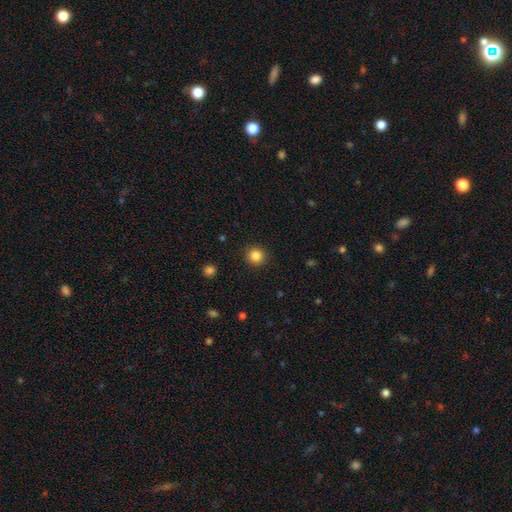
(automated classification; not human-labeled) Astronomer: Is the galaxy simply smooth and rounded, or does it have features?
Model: smooth — 84%.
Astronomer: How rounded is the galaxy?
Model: round — 91%.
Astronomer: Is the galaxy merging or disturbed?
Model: none — 91%.